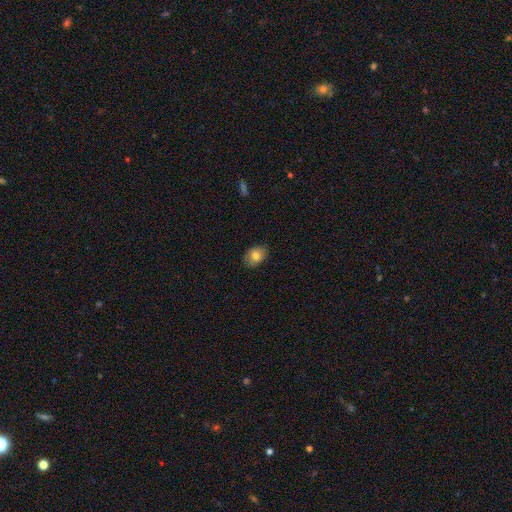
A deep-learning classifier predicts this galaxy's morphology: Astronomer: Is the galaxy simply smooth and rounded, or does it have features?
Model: smooth — 78%.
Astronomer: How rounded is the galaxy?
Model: in between — 73%.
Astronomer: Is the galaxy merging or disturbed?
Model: none — 84%.